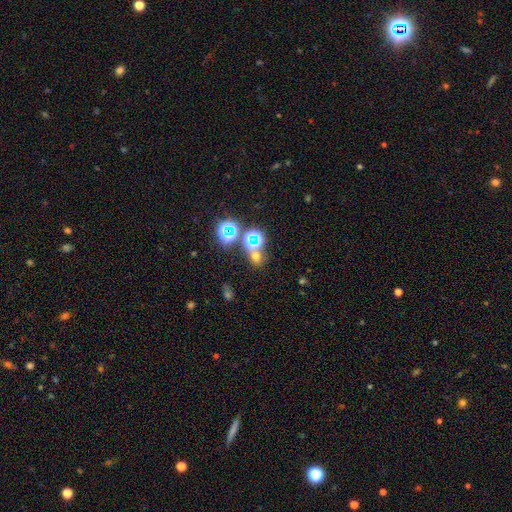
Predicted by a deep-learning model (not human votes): The model was most divided on "smooth or featured": smooth: 49%, star or artifact: 43%, featured or disk: 8%. More confident: merging — none (67%).